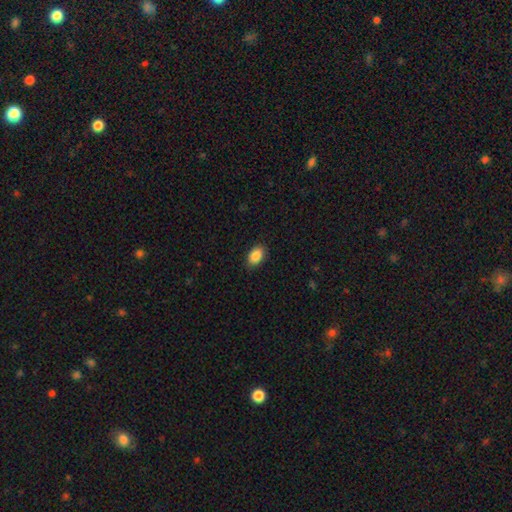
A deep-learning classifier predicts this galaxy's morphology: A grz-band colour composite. It shows a smooth galaxy with no disk features (88%) that is in between round and cigar-shaped (88%). Merging: none (87%).